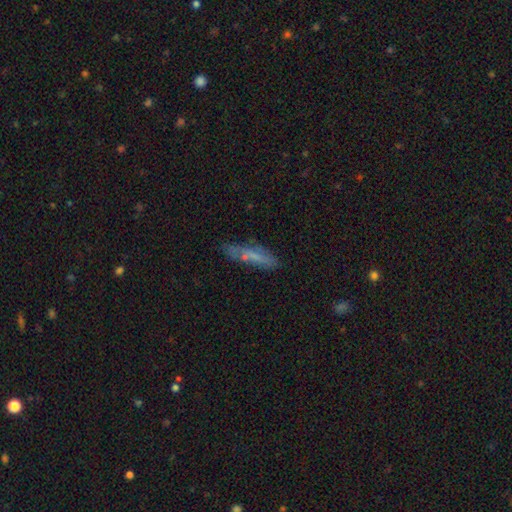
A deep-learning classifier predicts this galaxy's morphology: A smooth galaxy with no disk features (55%) that is cigar-shaped (75%). Merging: none (68%).